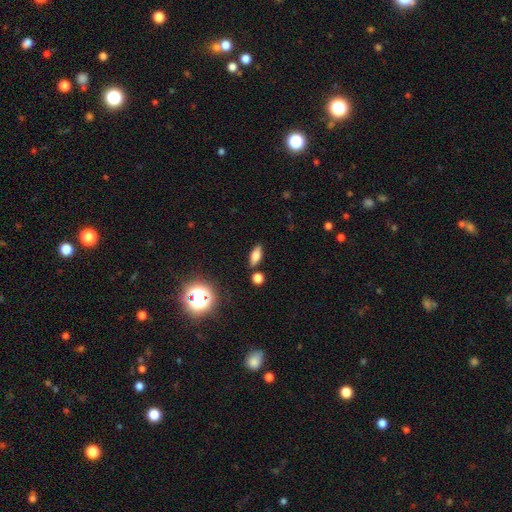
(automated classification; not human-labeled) This appears to be a smooth galaxy with no disk features (65%) that is in between round and cigar-shaped (69%). Merging: none (83%).